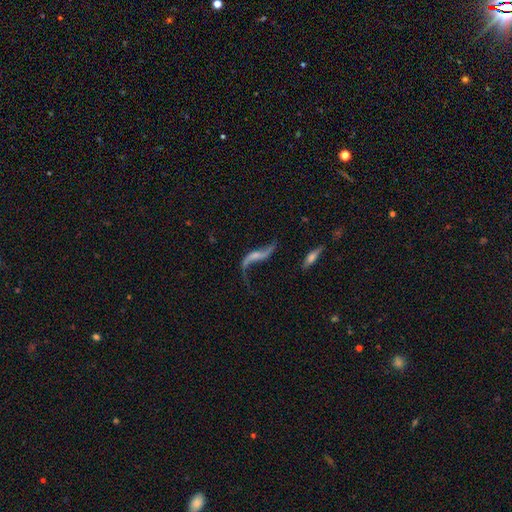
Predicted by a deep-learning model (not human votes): Q: Smooth or featured?
A: featured or disk (84%); runner-up: smooth (9%)
Q: Edge-on disk?
A: no (89%); runner-up: yes (11%)
Q: Bar?
A: no (48%); runner-up: weak (35%)
Q: Spiral arms?
A: yes (92%); runner-up: no (8%)
Q: Spiral winding?
A: loose (95%); runner-up: medium (4%)
Q: Spiral arm count?
A: 2 (90%); runner-up: 1 (6%)
Q: Bulge size?
A: small (42%); runner-up: none (36%)
Q: Merging?
A: none (56%); runner-up: minor disturbance (19%)